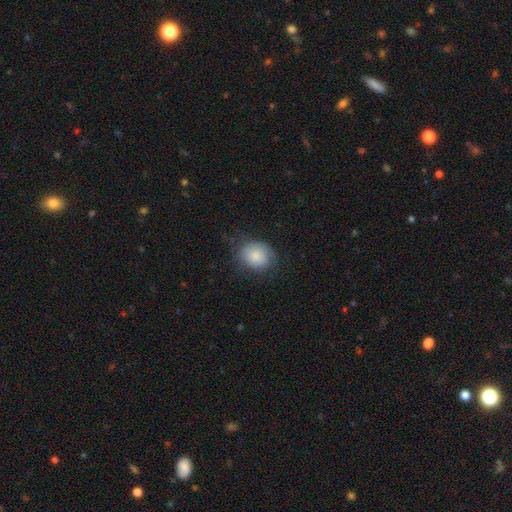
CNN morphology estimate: Smooth or featured? Predicted: smooth (p=0.83). How rounded? Predicted: round (p=0.61). Merging? Predicted: none (p=0.67).